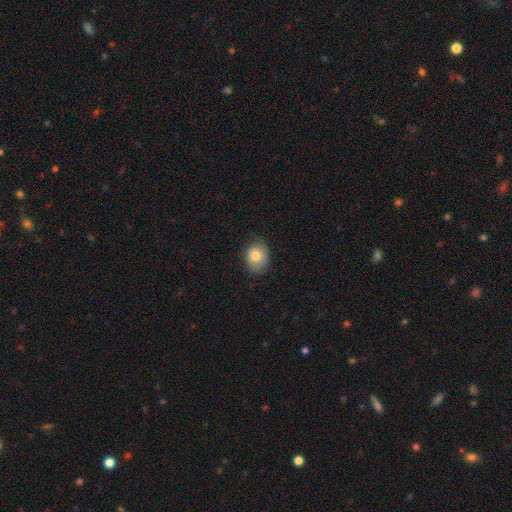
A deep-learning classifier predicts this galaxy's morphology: type=smooth (82%); roundness=round (51%); merging=none (78%).